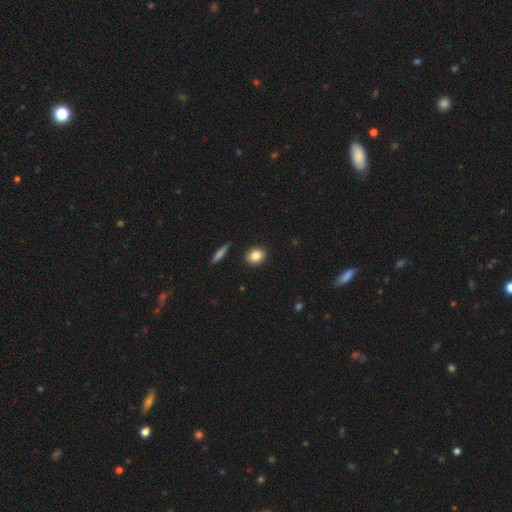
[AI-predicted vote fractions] smooth 85%, star or artifact 8%, featured or disk 7%. Down the decision tree: how rounded — round (61%); merging — none (90%).